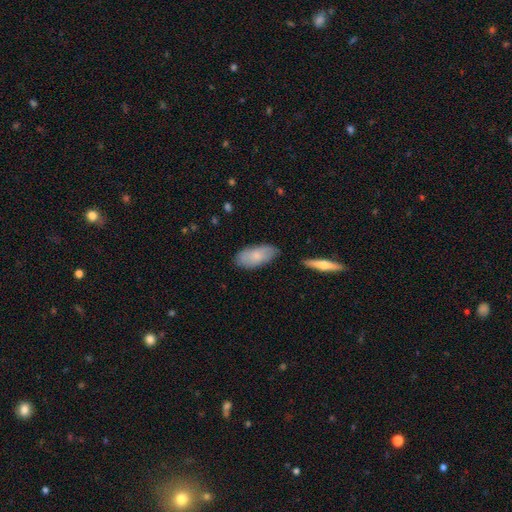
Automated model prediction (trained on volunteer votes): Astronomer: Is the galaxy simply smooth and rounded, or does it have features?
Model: smooth — 75%.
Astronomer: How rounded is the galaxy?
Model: in between — 89%.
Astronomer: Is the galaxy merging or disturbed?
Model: none — 77%.